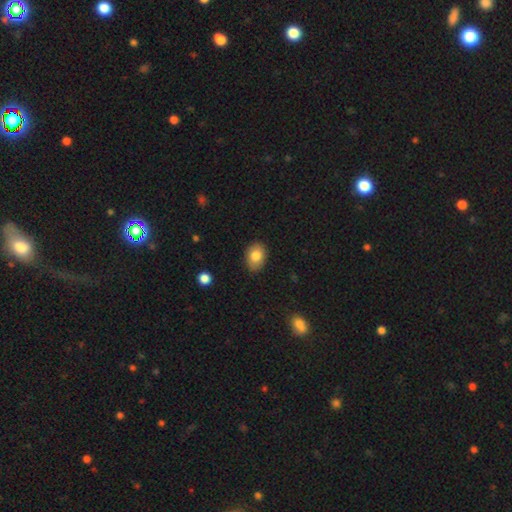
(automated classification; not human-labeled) A smooth galaxy with no disk features (82%) that is in between round and cigar-shaped (74%).

Vote fractions:
- Smooth or featured? smooth: 82% / featured or disk: 10% / star or artifact: 8%
- How rounded? in between: 74% / round: 25% / cigar-shaped: 1%
- Merging? none: 82% / minor disturbance: 14% / major disturbance: 2% / merger: 1%